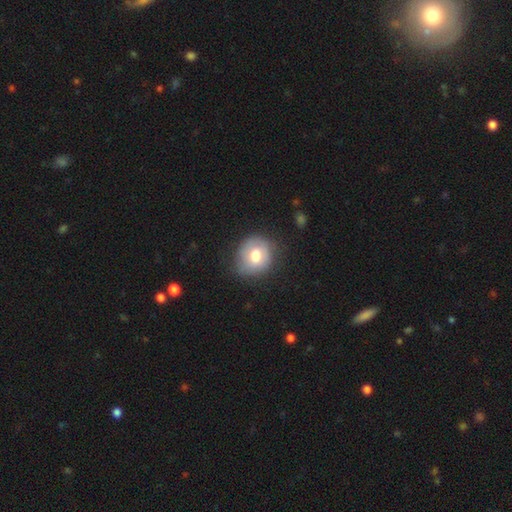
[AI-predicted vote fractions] Q: Smooth or featured?
A: smooth (71%); runner-up: featured or disk (21%)
Q: How rounded?
A: round (74%); runner-up: in between (25%)
Q: Merging?
A: none (71%); runner-up: minor disturbance (22%)